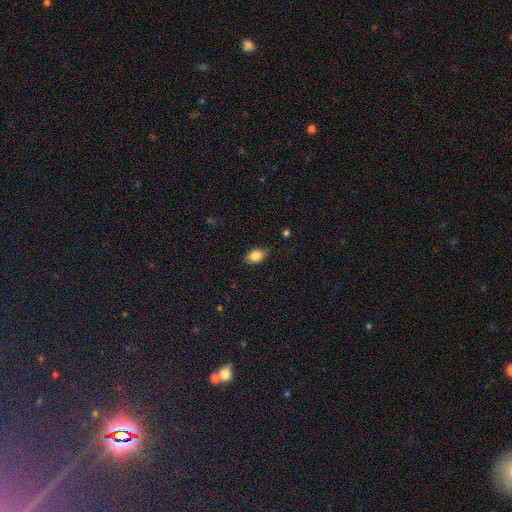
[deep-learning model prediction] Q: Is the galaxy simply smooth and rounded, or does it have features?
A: smooth — 85%.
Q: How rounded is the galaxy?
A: in between — 83%.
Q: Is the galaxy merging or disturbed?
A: none — 79%.